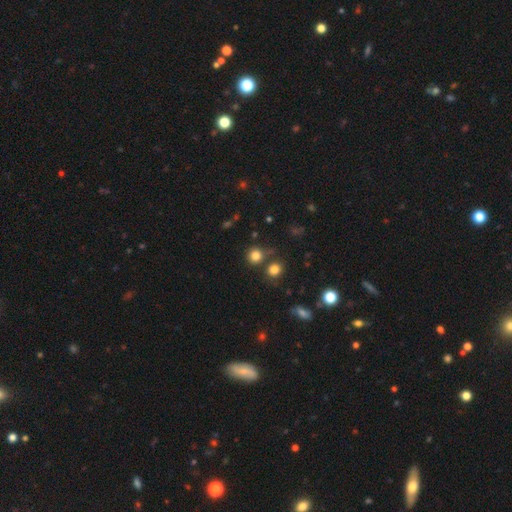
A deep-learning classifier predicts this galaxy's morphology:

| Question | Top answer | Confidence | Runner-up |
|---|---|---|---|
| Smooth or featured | smooth | 81% | star or artifact (14%) |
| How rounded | round | 91% | in between (8%) |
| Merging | none | 74% | merger (13%) |